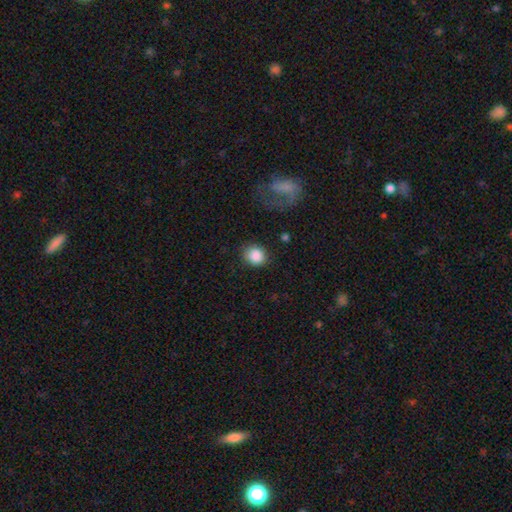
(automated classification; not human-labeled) This is clearly a smooth galaxy (88%). How rounded: likely round (76%). Merging: likely none (79%).